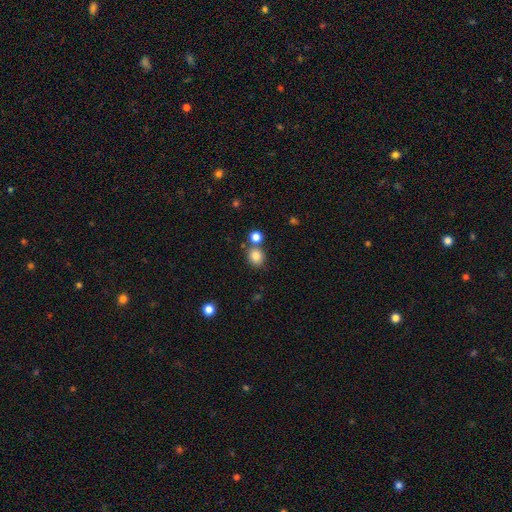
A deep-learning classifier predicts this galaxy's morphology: type=smooth (83%); roundness=round (77%); merging=none (66%).